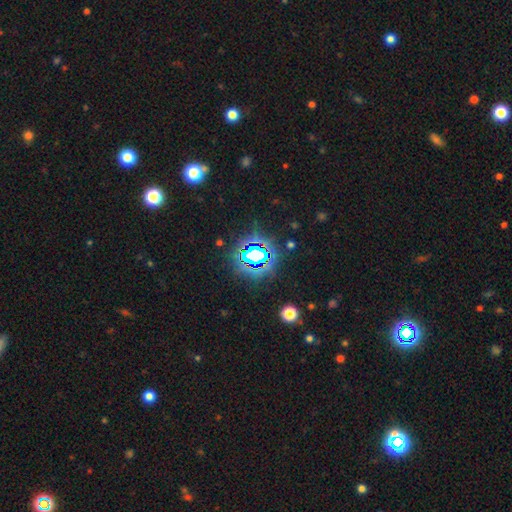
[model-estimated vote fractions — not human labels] The model was most divided on "smooth or featured": star or artifact: 82%, smooth: 11%, featured or disk: 7%.